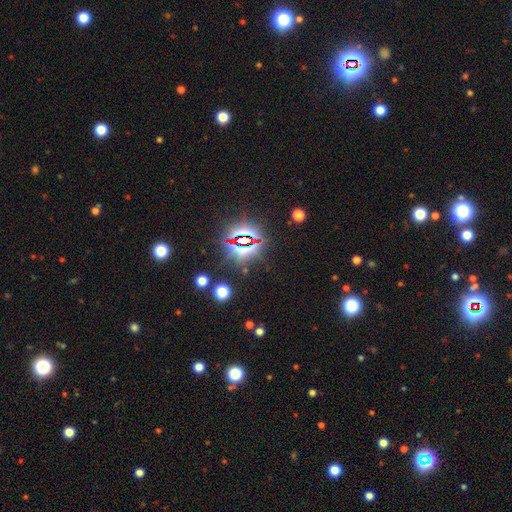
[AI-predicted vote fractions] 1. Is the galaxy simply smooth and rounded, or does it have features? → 81% star or artifact, 12% smooth, 8% featured or disk.